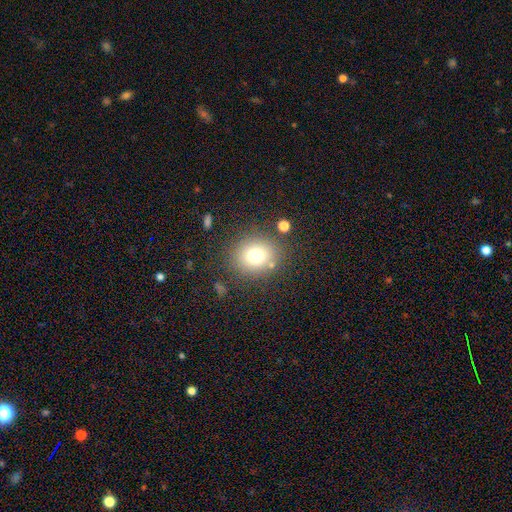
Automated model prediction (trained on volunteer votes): Overall: smooth (74%). How rounded: round (79%). Merging: none (81%).